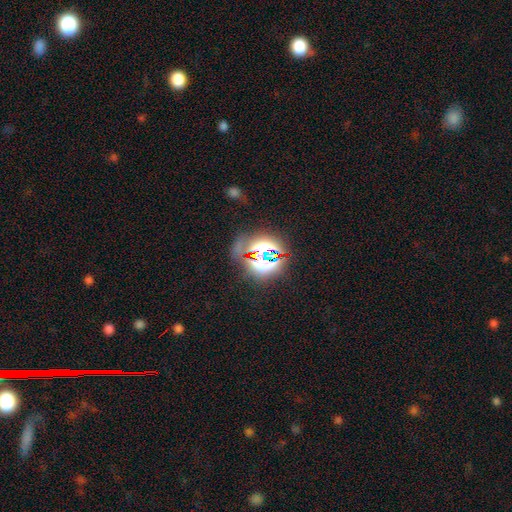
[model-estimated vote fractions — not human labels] smooth-or-featured: star or artifact: 64% | smooth: 24% | featured or disk: 13%